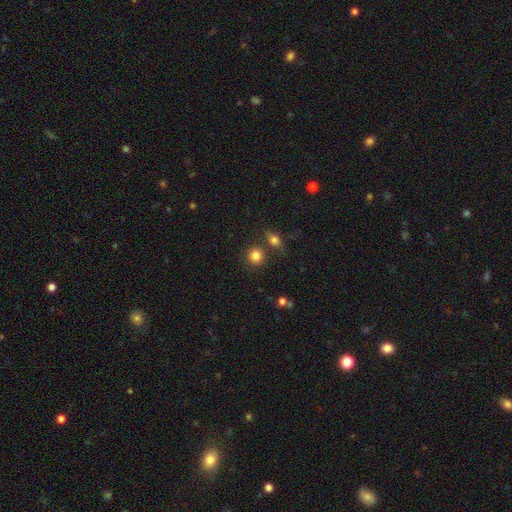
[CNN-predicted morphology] This appears to be a smooth galaxy with no disk features (83%) that is round (87%). Merging: none (74%).